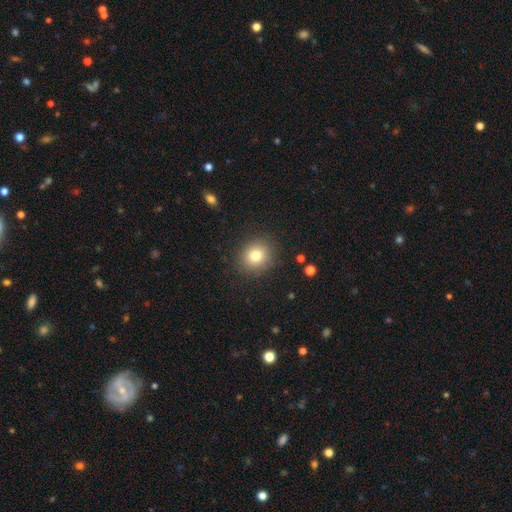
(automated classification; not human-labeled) This appears to be a smooth galaxy with no disk features (79%) that is round (78%). Merging: none (87%).